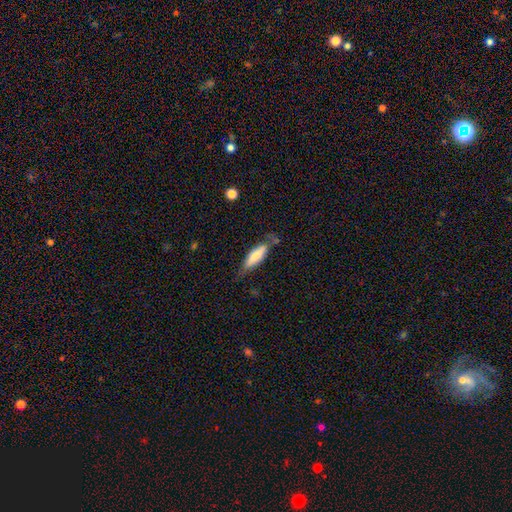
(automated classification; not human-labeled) A smooth galaxy with no disk features (73%) that is cigar-shaped (56%).

Vote fractions:
- Smooth or featured? smooth: 73% / featured or disk: 21% / star or artifact: 6%
- How rounded? cigar-shaped: 56% / in between: 43% / round: 2%
- Merging? none: 61% / minor disturbance: 27% / major disturbance: 8% / merger: 4%